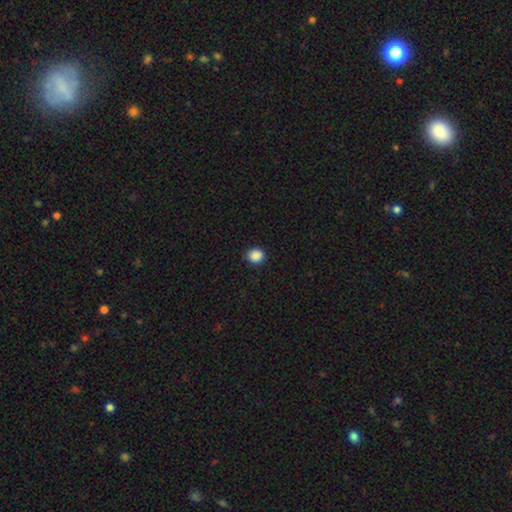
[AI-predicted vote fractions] The model was most divided on "how rounded": round: 74%, in between: 25%, cigar-shaped: 1%. More confident: merging — none (89%); smooth or featured — smooth (88%).